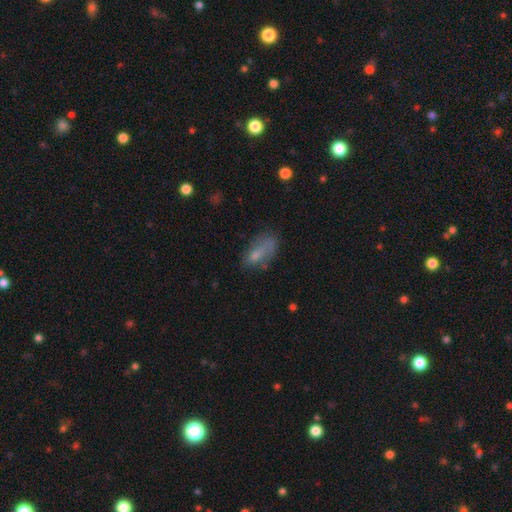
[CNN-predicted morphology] The model was most divided on "merging": none: 48%, minor disturbance: 28%, major disturbance: 19%, merger: 5%. More confident: how rounded — in between (81%); smooth or featured — smooth (66%).